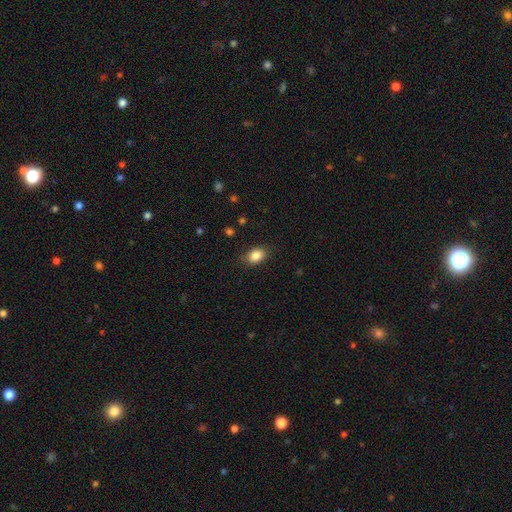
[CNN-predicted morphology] A smooth galaxy with no disk features (86%) that is in between round and cigar-shaped (78%). Merging: none (84%).